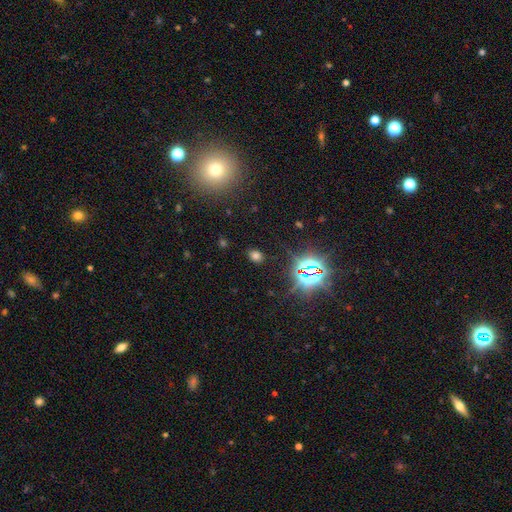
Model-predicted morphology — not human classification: smooth-or-featured: smooth: 59% | star or artifact: 35% | featured or disk: 6%
  how-rounded: in between: 63% | round: 35% | cigar-shaped: 2%
  merging: none: 85% | minor disturbance: 9% | major disturbance: 3% | merger: 2%